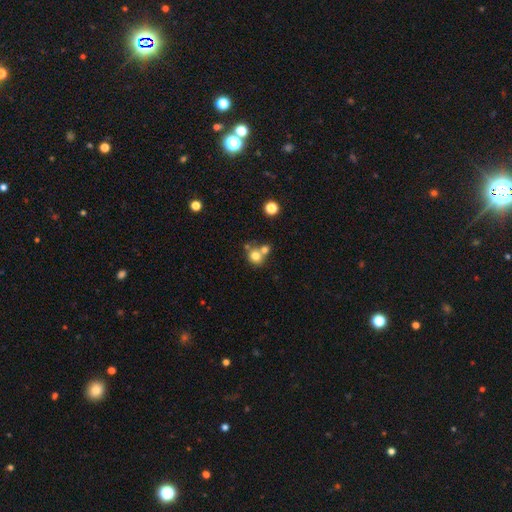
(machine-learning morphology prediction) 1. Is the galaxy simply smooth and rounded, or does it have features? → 75% smooth, 13% star or artifact, 12% featured or disk.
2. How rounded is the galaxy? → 81% round, 18% in between, 1% cigar-shaped.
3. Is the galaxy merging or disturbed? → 47% none, 41% merger, 9% minor disturbance, 4% major disturbance.